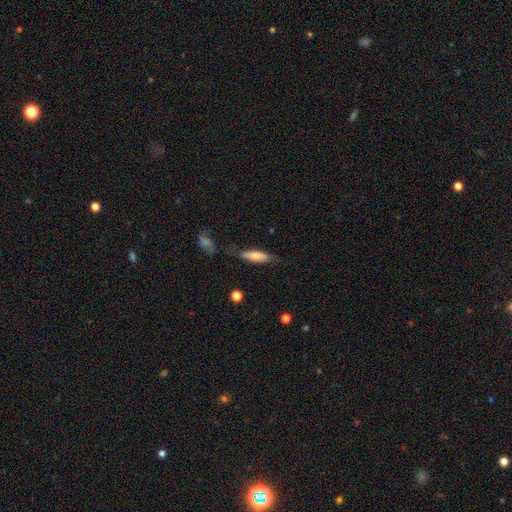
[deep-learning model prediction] smooth-or-featured: smooth: 69% | featured or disk: 24% | star or artifact: 7%
  how-rounded: cigar-shaped: 66% | in between: 32% | round: 2%
  merging: none: 67% | minor disturbance: 21% | major disturbance: 7% | merger: 5%